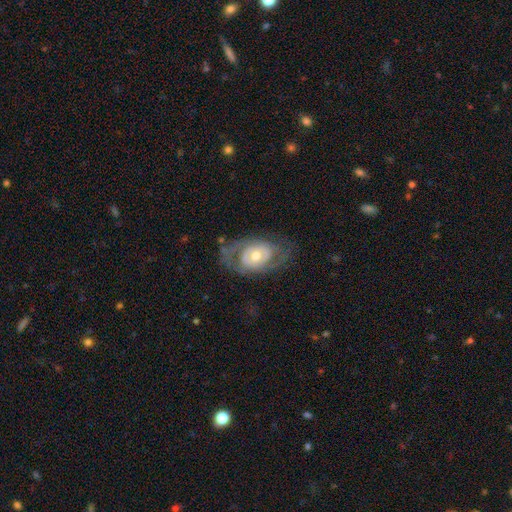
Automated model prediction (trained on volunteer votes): A featured or disk galaxy (74%) with no bar (69%), spiral arms (65%) and a moderate central bulge (66%).

Vote fractions:
- Smooth or featured? featured or disk: 74% / smooth: 21% / star or artifact: 5%
- Edge-on disk? no: 95% / yes: 5%
- Bar? no: 69% / weak: 24% / strong: 7%
- Spiral arms? yes: 65% / no: 35%
- Bulge size? moderate: 66% / small: 26% / large: 6% / none: 1% / dominant: 1%
- Merging? none: 60% / minor disturbance: 19% / major disturbance: 19% / merger: 2%